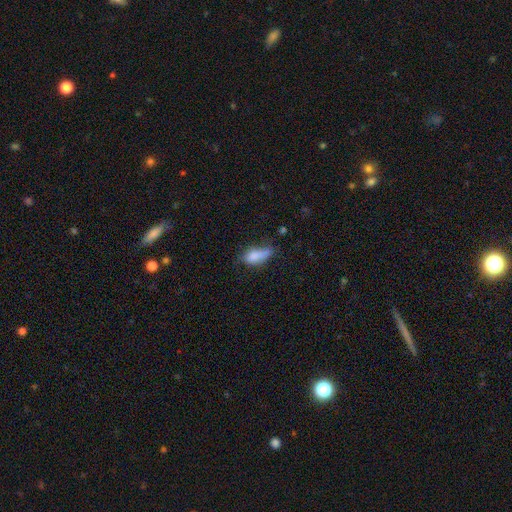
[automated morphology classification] Q: Smooth or featured?
A: smooth (78%); runner-up: featured or disk (13%)
Q: How rounded?
A: in between (78%); runner-up: cigar-shaped (18%)
Q: Merging?
A: minor disturbance (37%); tied with: none (37%)